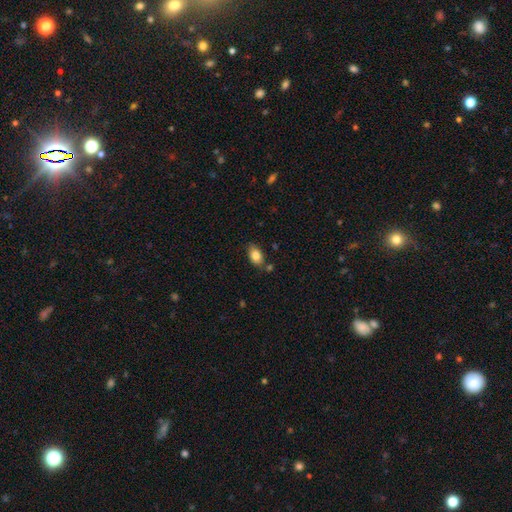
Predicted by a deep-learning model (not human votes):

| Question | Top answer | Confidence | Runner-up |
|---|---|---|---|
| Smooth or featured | smooth | 83% | featured or disk (9%) |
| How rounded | in between | 88% | round (10%) |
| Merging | none | 75% | minor disturbance (15%) |